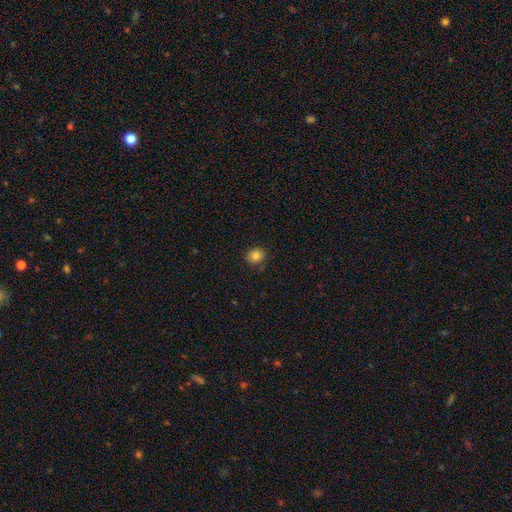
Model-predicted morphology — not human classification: This is clearly a smooth galaxy (82%). How rounded: likely round (68%). Merging: clearly none (82%).